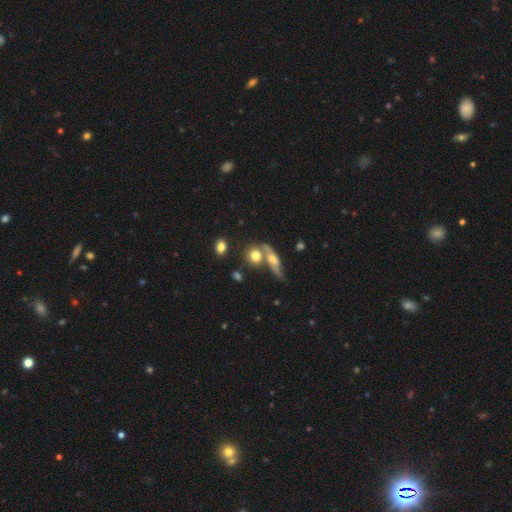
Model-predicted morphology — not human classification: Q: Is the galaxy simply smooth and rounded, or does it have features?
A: smooth — 64%.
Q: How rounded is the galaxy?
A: round — 59%.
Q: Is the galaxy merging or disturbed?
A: none — 44%.